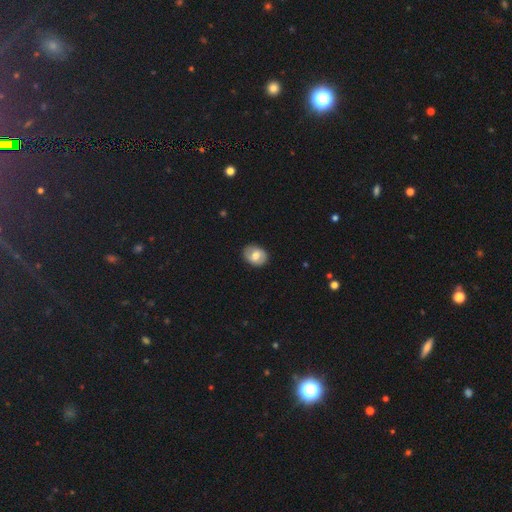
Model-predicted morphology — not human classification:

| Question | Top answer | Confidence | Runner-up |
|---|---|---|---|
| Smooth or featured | smooth | 62% | featured or disk (31%) |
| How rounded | in between | 59% | round (39%) |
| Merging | none | 85% | minor disturbance (11%) |